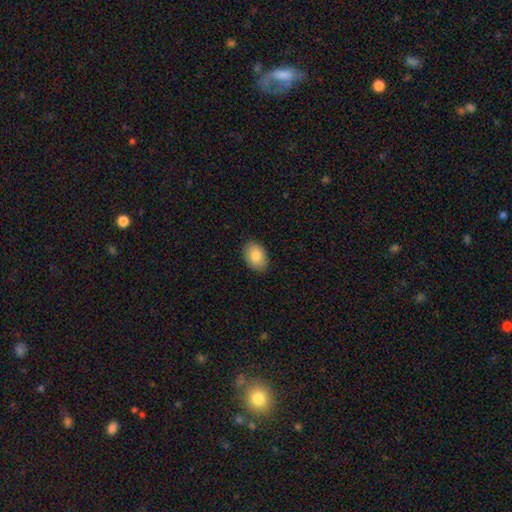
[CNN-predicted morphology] A smooth galaxy with no disk features (85%) that is in between round and cigar-shaped (87%).

Vote fractions:
- Smooth or featured? smooth: 85% / featured or disk: 8% / star or artifact: 7%
- How rounded? in between: 87% / round: 12% / cigar-shaped: 1%
- Merging? none: 88% / minor disturbance: 9% / major disturbance: 2% / merger: 1%